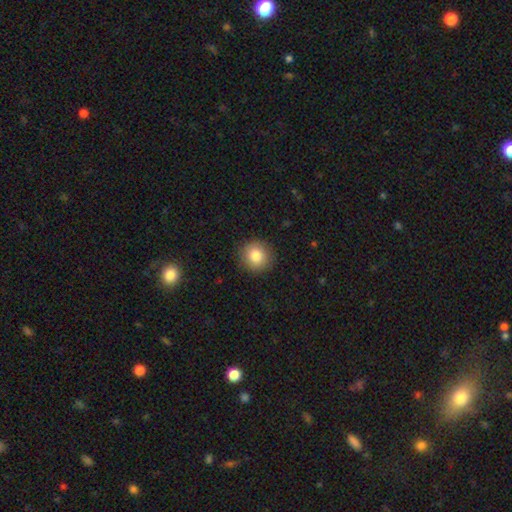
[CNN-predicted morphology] The model was most divided on "smooth or featured": smooth: 83%, star or artifact: 9%, featured or disk: 7%. More confident: how rounded — round (92%); merging — none (91%).